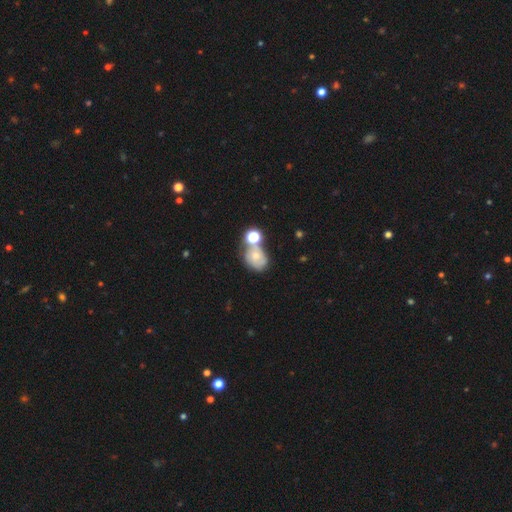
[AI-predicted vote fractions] Morphology: type=smooth (50%); merging=merger (38%).